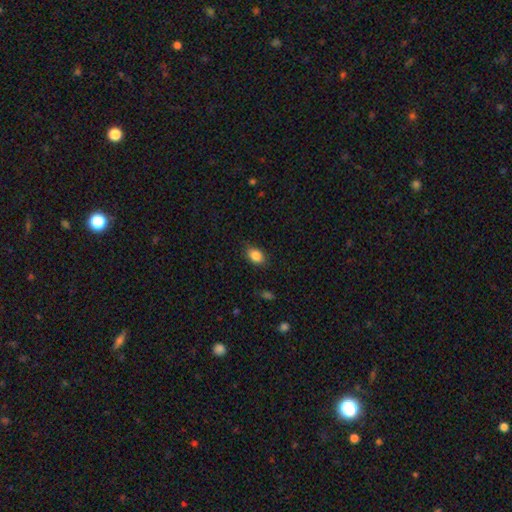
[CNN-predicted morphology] Q: Smooth or featured?
A: smooth (86%); runner-up: star or artifact (9%)
Q: How rounded?
A: in between (80%); runner-up: round (18%)
Q: Merging?
A: none (84%); runner-up: minor disturbance (13%)